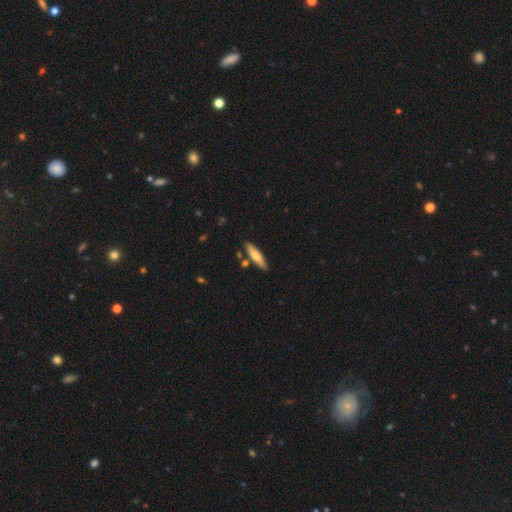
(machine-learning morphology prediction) Smooth or featured: smooth — 63% (featured or disk — 31%)
How rounded: cigar-shaped — 75% (in between — 23%)
Merging: none — 82% (minor disturbance — 10%)